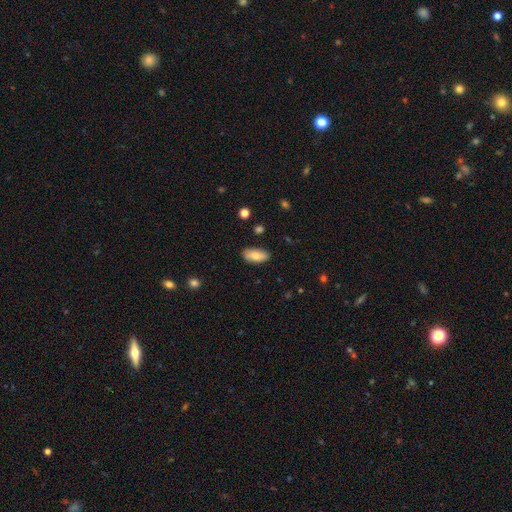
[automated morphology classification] Smooth or featured?
  - smooth: 79% *
  - featured or disk: 14%
  - star or artifact: 7%
How rounded?
  - in between: 90% *
  - cigar-shaped: 7%
  - round: 2%
Merging?
  - none: 83% *
  - minor disturbance: 13%
  - major disturbance: 2%
  - merger: 2%